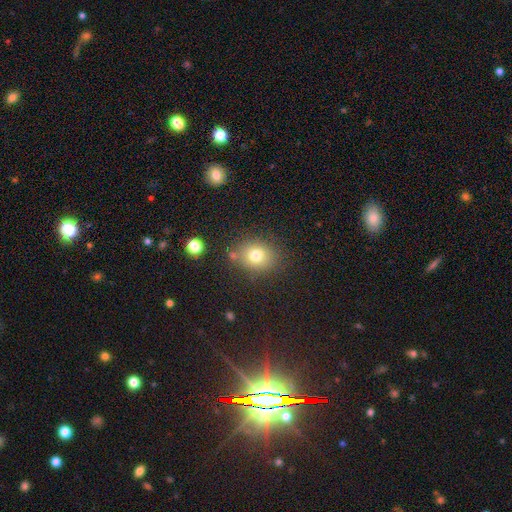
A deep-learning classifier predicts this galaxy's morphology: smooth 76%, star or artifact 13%, featured or disk 11%. Down the decision tree: how rounded — round (62%); merging — none (76%).